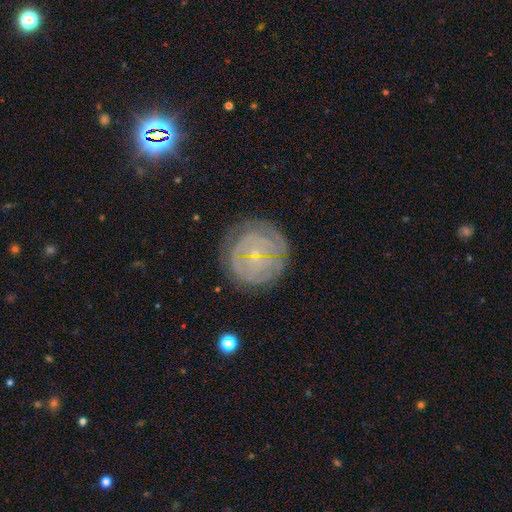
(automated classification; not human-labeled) This appears to be a featured or disk galaxy (76%) with no bar (60%), tight (81%) spiral arms (94%) and a small central bulge (82%). Merging: none (81%).